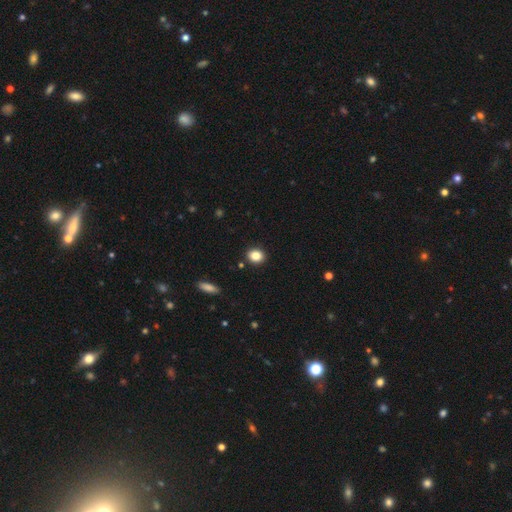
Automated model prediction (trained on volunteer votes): Smooth or featured?
  - smooth: 84% *
  - star or artifact: 10%
  - featured or disk: 6%
How rounded?
  - round: 71% *
  - in between: 28%
  - cigar-shaped: 1%
Merging?
  - none: 90% *
  - minor disturbance: 7%
  - merger: 2%
  - major disturbance: 2%